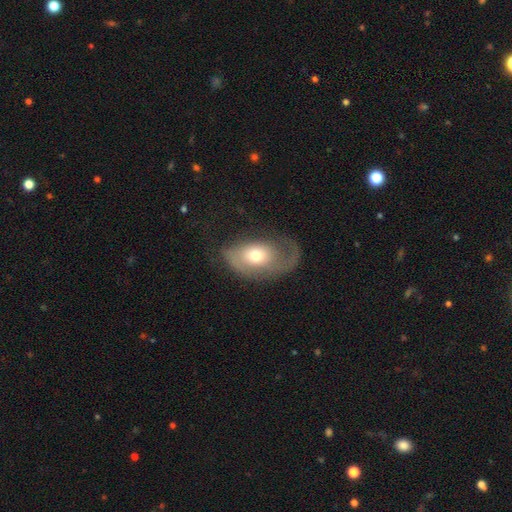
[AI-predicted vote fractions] Smooth or featured? Predicted: smooth (p=0.48). Merging? Predicted: major disturbance (p=0.42).